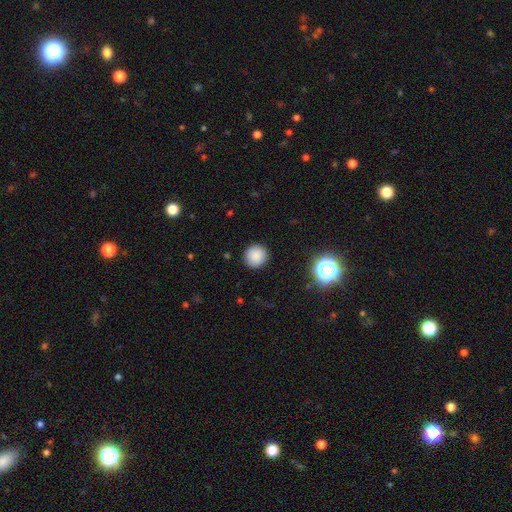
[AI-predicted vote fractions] Smooth or featured? Predicted: smooth (p=0.85). How rounded? Predicted: round (p=0.94). Merging? Predicted: none (p=0.90).